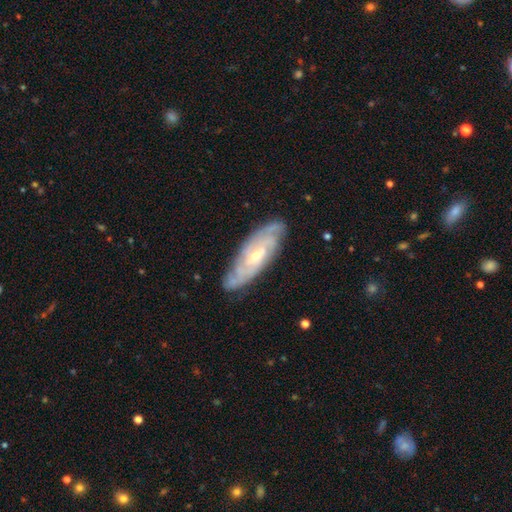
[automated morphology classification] smooth_or_featured: featured or disk (p=0.84) [alt: smooth p=0.10]
disk_edge_on: no (p=0.87) [alt: yes p=0.13]
bar: no (p=0.48) [alt: weak p=0.40]
has_spiral_arms: yes (p=0.96) [alt: no p=0.04]
spiral_winding: tight (p=0.68) [alt: medium p=0.27]
spiral_arm_count: can't tell (p=0.32) [alt: 2 p=0.21]
bulge_size: small (p=0.62) [alt: moderate p=0.35]
merging: none (p=0.80) [alt: minor disturbance p=0.15]